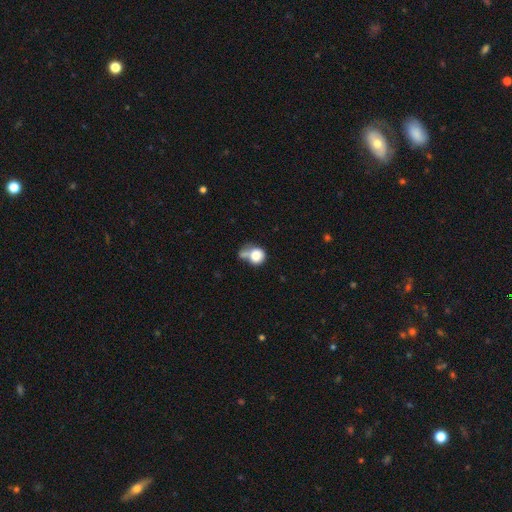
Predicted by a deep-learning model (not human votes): The model was most divided on "merging": merger: 35%, none: 32%, minor disturbance: 19%, major disturbance: 14%. More confident: smooth or featured — smooth (79%); how rounded — round (74%).